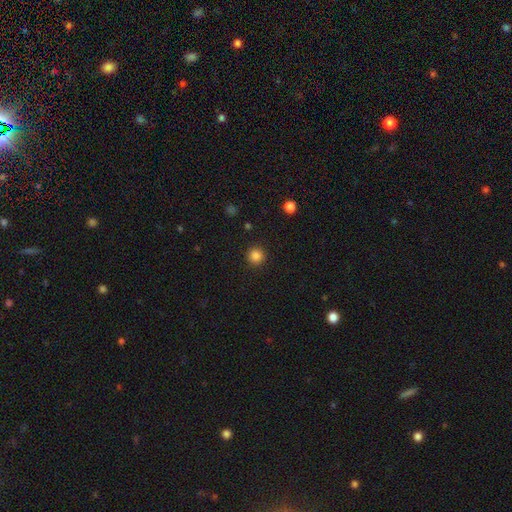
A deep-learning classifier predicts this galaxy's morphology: Overall: smooth (85%). How rounded: round (95%). Merging: none (92%).